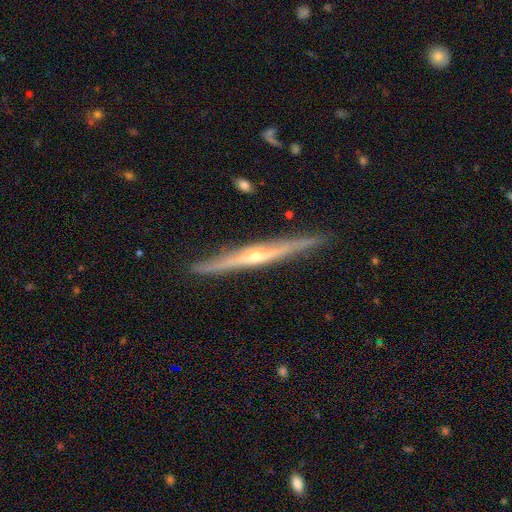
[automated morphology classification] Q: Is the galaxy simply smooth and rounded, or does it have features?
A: featured or disk — 82%.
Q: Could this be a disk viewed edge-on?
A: yes — 98%.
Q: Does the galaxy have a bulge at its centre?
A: rounded — 79%.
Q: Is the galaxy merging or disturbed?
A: none — 90%.